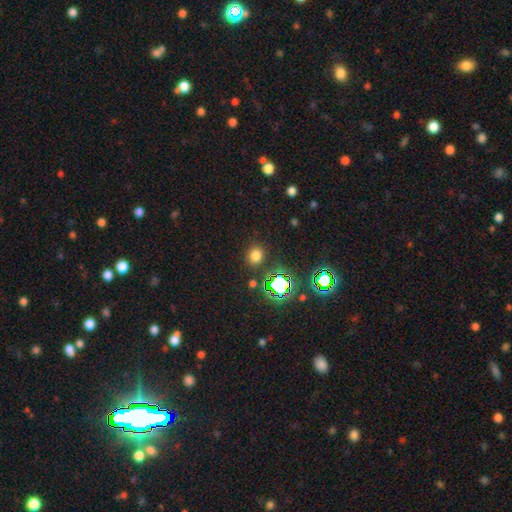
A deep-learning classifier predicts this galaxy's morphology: Overall: smooth (70%). How rounded: round (67%; in between 31%). Merging: none (86%).